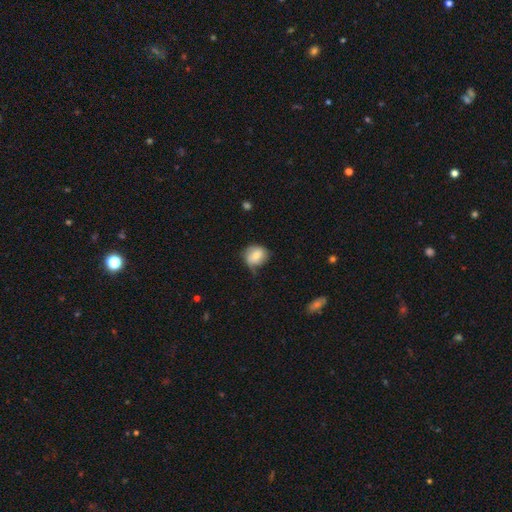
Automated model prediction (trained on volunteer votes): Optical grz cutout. It shows a smooth galaxy with no disk features (74%) that is round (69%). Merging: none (48%).